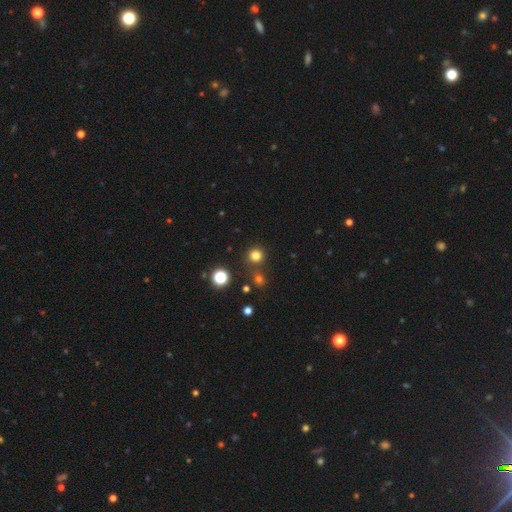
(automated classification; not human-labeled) A smooth galaxy with no disk features (77%) that is round (93%).

Vote fractions:
- Smooth or featured? smooth: 77% / star or artifact: 18% / featured or disk: 5%
- How rounded? round: 93% / in between: 6% / cigar-shaped: 1%
- Merging? none: 80% / merger: 9% / minor disturbance: 7% / major disturbance: 3%